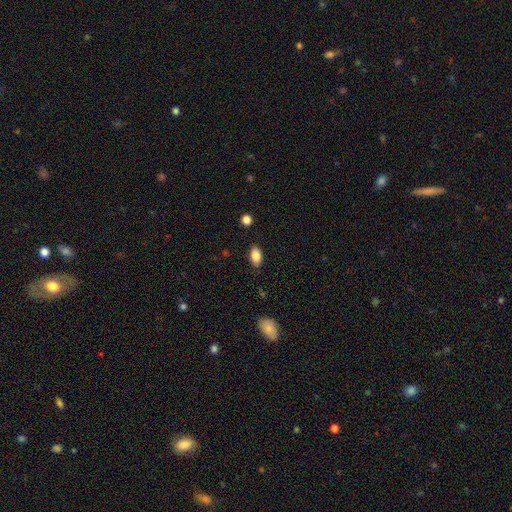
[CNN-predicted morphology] This is clearly a smooth galaxy (86%). How rounded: clearly in between (91%). Merging: clearly none (84%).